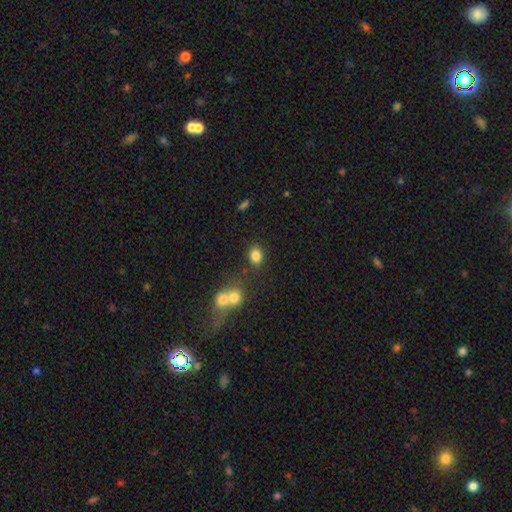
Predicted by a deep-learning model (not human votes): Smooth or featured?
  - smooth: 83% *
  - star or artifact: 11%
  - featured or disk: 7%
How rounded?
  - in between: 62% *
  - round: 36%
  - cigar-shaped: 1%
Merging?
  - none: 75% *
  - merger: 11%
  - minor disturbance: 10%
  - major disturbance: 4%